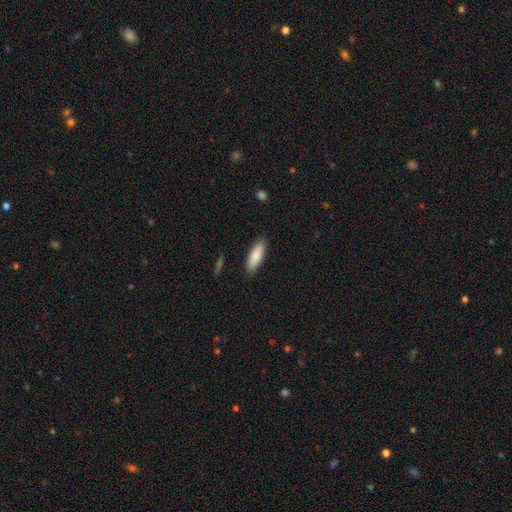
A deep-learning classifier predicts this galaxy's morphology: A smooth galaxy with no disk features (84%) that is in between round and cigar-shaped (59%). Merging: none (88%).